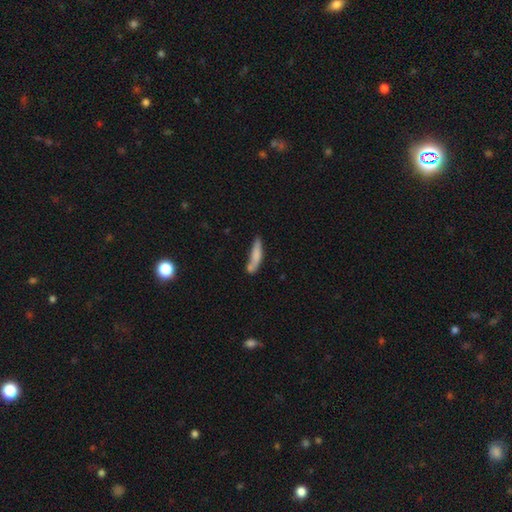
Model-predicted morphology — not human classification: Smooth or featured? smooth (75%)
How rounded? cigar-shaped (79%)
Merging? none (55%)